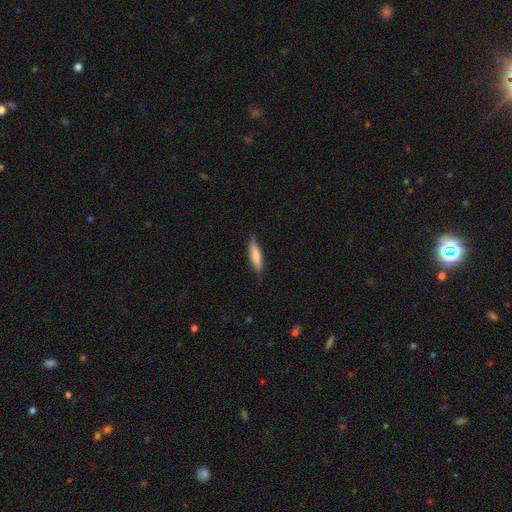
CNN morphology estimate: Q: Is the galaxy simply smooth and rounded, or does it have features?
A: smooth — 73%.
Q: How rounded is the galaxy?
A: cigar-shaped — 75%.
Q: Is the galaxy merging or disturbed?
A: none — 82%.